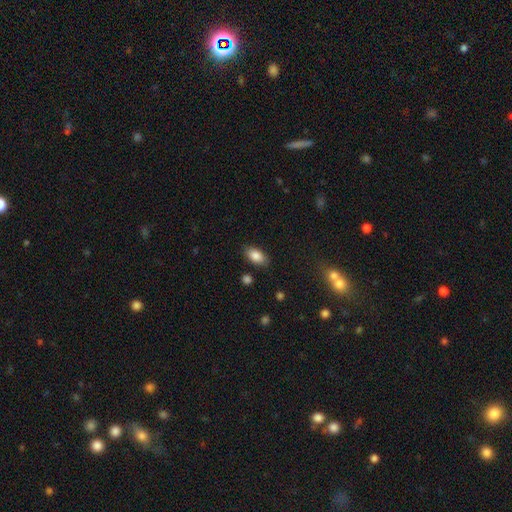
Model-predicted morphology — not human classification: This appears to be a smooth galaxy with no disk features (85%) that is in between round and cigar-shaped (91%). Merging: none (85%).